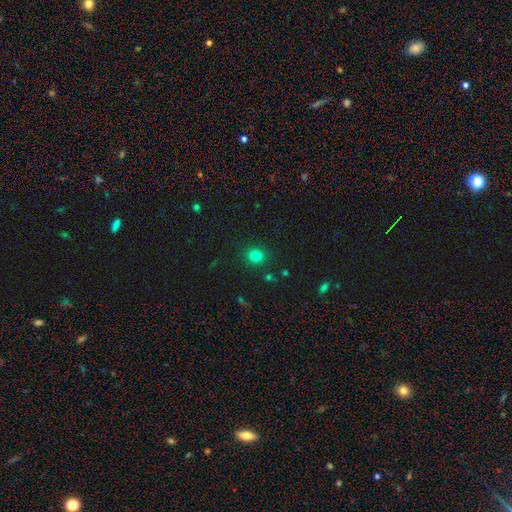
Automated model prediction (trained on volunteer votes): Smooth or featured? Predicted: smooth (p=0.78). How rounded? Predicted: round (p=0.83). Merging? Predicted: none (p=0.89).